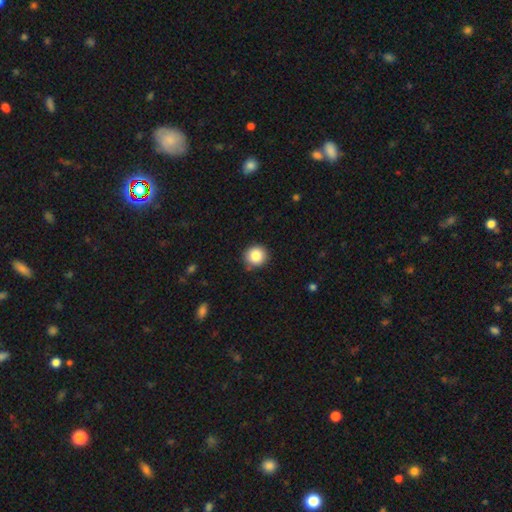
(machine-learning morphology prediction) A smooth galaxy with no disk features (85%) that is round (93%).

Vote fractions:
- Smooth or featured? smooth: 85% / star or artifact: 10% / featured or disk: 6%
- How rounded? round: 93% / in between: 6% / cigar-shaped: 1%
- Merging? none: 87% / minor disturbance: 10% / major disturbance: 2% / merger: 1%